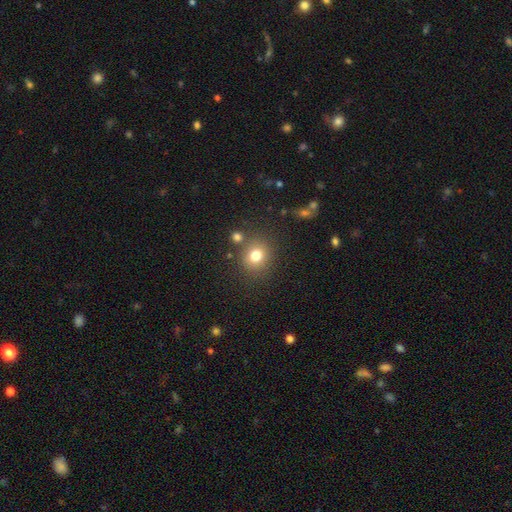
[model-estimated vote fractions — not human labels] smooth-or-featured: smooth: 78% | star or artifact: 14% | featured or disk: 9%
  how-rounded: round: 75% | in between: 24% | cigar-shaped: 1%
  merging: none: 78% | minor disturbance: 10% | merger: 8% | major disturbance: 4%